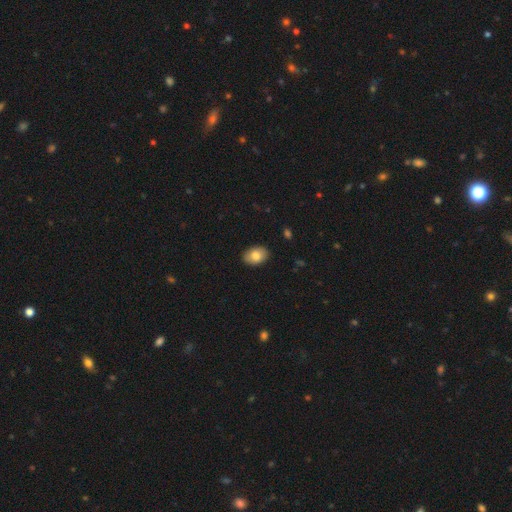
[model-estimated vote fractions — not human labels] smooth 83%, featured or disk 10%, star or artifact 7%. Down the decision tree: how rounded — in between (85%); merging — none (88%).